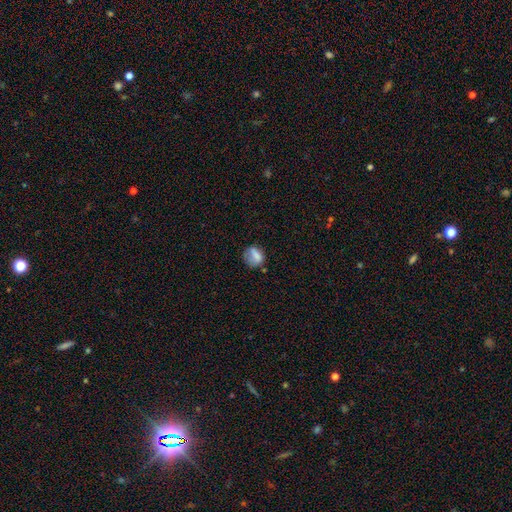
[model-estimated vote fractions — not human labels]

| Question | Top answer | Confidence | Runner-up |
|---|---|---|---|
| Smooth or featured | smooth | 73% | featured or disk (16%) |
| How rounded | round | 62% | in between (36%) |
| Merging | none | 51% | minor disturbance (27%) |